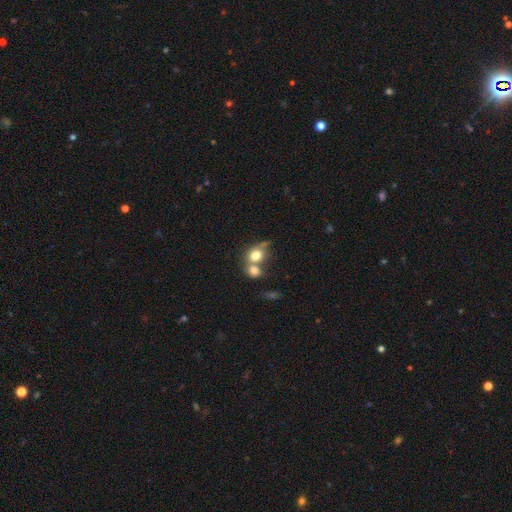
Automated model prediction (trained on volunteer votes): Overall: smooth (74%). How rounded: round (62%; in between 36%). Merging: merger (64%).